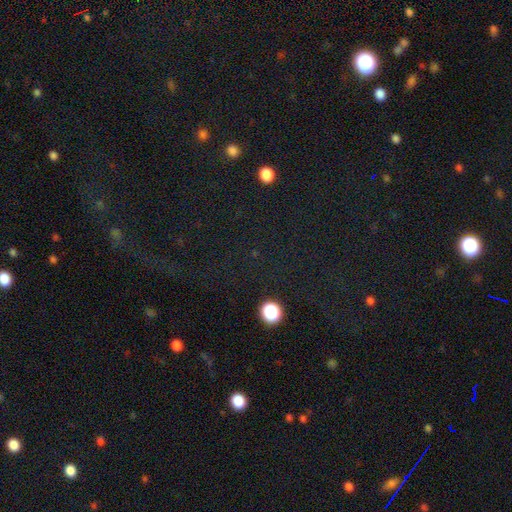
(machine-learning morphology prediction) A star or artifact, not a galaxy (70%).